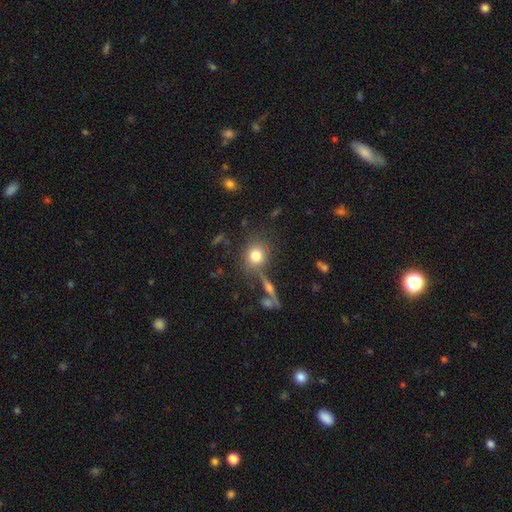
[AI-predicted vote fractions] Smooth or featured? Predicted: smooth (p=0.77). How rounded? Predicted: round (p=0.83). Merging? Predicted: none (p=0.73).